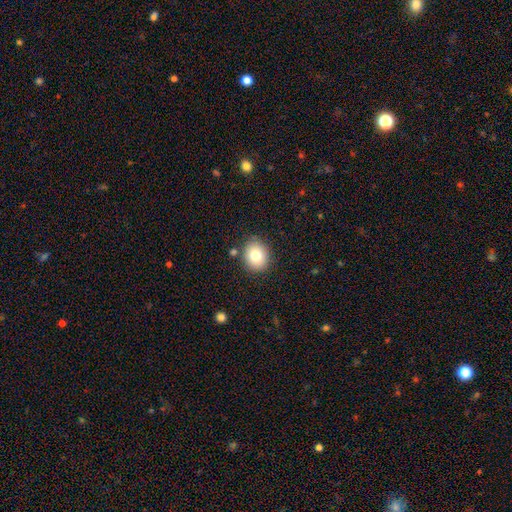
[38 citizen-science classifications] smooth_or_featured: smooth (p=0.84) [alt: featured or disk p=0.08]
how_rounded: round (p=0.69) [alt: in between p=0.31]
merging: none (p=0.83) [alt: minor disturbance p=0.14]